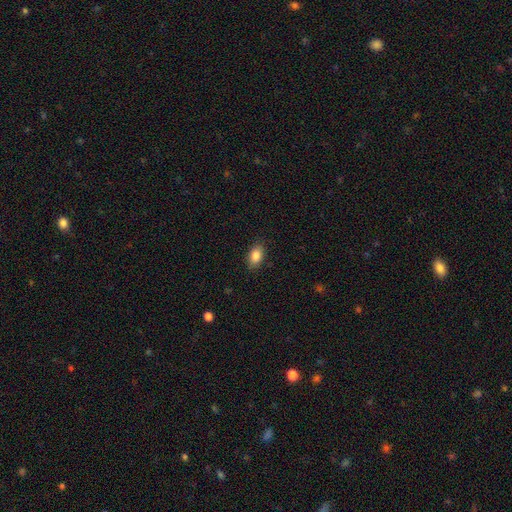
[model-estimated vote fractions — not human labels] Overall: smooth (86%). How rounded: in between (89%). Merging: none (87%).